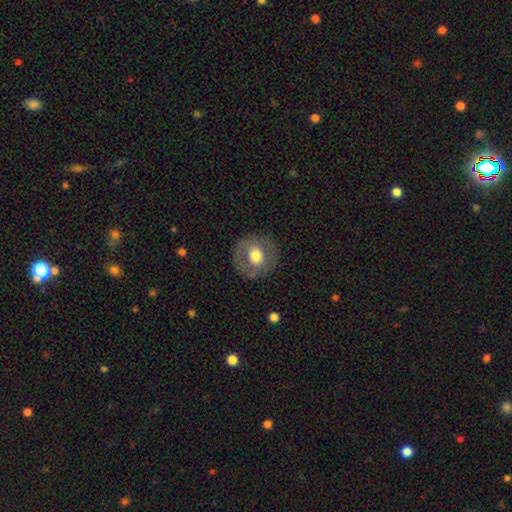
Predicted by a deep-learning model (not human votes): Q: Smooth or featured?
A: smooth (61%); runner-up: featured or disk (31%)
Q: How rounded?
A: round (87%); runner-up: in between (12%)
Q: Merging?
A: none (83%); runner-up: minor disturbance (11%)